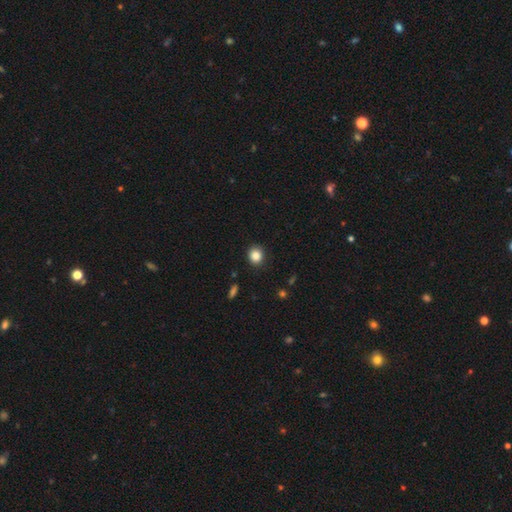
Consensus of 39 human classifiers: Smooth or featured? 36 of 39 (92%) said smooth. How rounded? 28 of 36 (78%) said round. Merging? 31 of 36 (86%) said none.